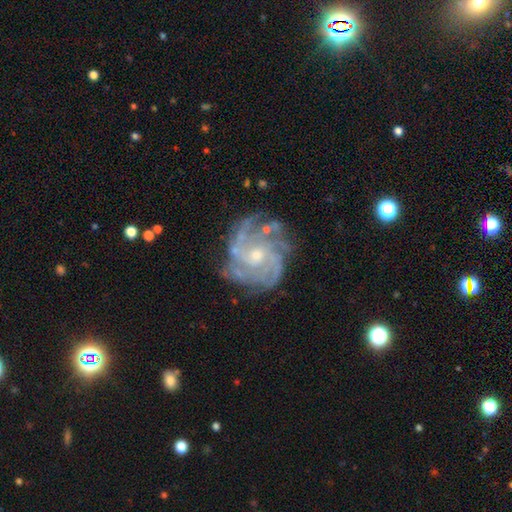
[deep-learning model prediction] This appears to be a featured or disk galaxy (88%) with no bar (71%), can't tell (26%, tied with 4) tight (60%) spiral arms (96%) and a small central bulge (54%). Merging: none (71%).